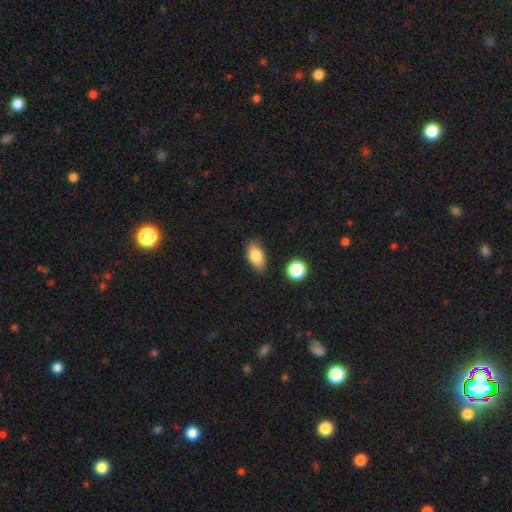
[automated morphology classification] A smooth galaxy with no disk features (83%) that is in between round and cigar-shaped (89%).

Vote fractions:
- Smooth or featured? smooth: 83% / featured or disk: 9% / star or artifact: 8%
- How rounded? in between: 89% / round: 7% / cigar-shaped: 3%
- Merging? none: 77% / minor disturbance: 17% / major disturbance: 3% / merger: 3%